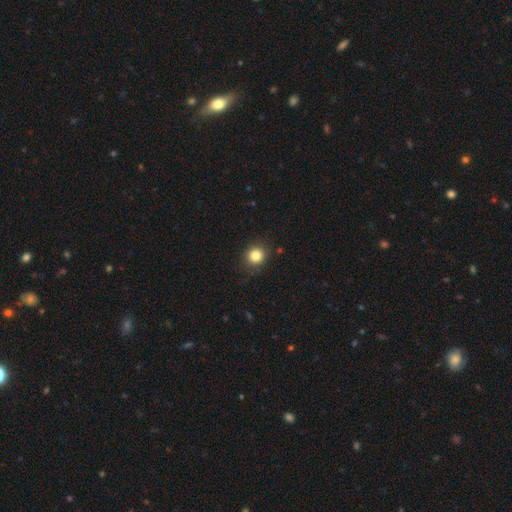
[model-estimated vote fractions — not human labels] Smooth or featured? smooth (83%)
How rounded? round (85%)
Merging? none (84%)